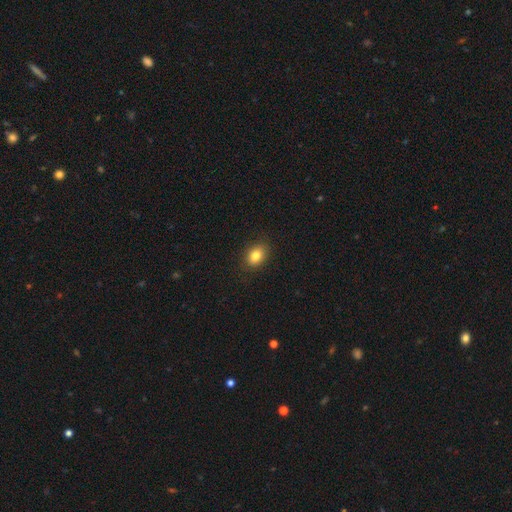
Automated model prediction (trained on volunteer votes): Morphology: type=smooth (83%); roundness=in between (71%); merging=none (87%).